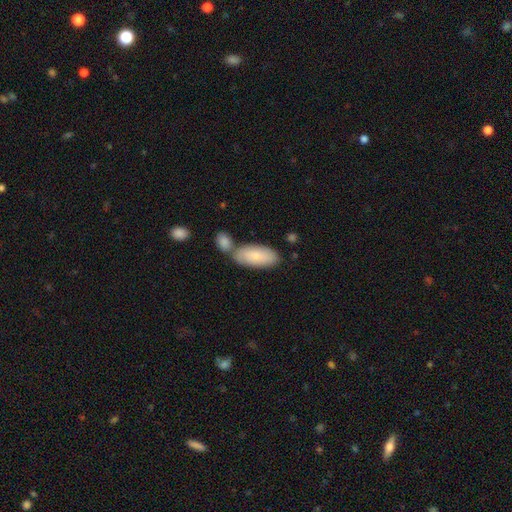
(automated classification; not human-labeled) Overall: smooth (76%). How rounded: in between (90%). Merging: none (51%; merger 31%).